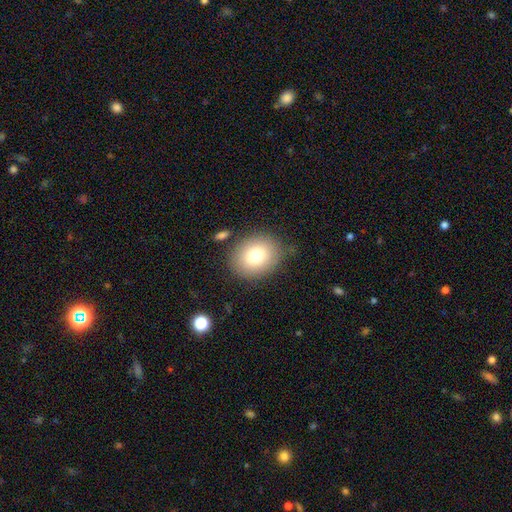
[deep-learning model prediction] Smooth or featured?
  - smooth: 79% *
  - featured or disk: 12%
  - star or artifact: 9%
How rounded?
  - round: 56% *
  - in between: 43%
  - cigar-shaped: 1%
Merging?
  - none: 79% *
  - minor disturbance: 13%
  - major disturbance: 4%
  - merger: 4%